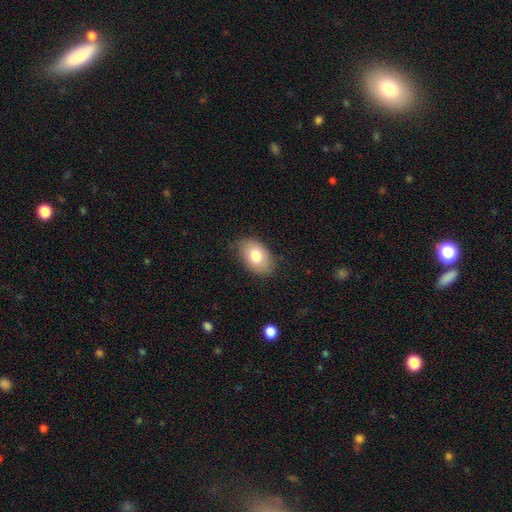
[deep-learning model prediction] Overall: smooth (76%). How rounded: in between (88%). Merging: none (73%).